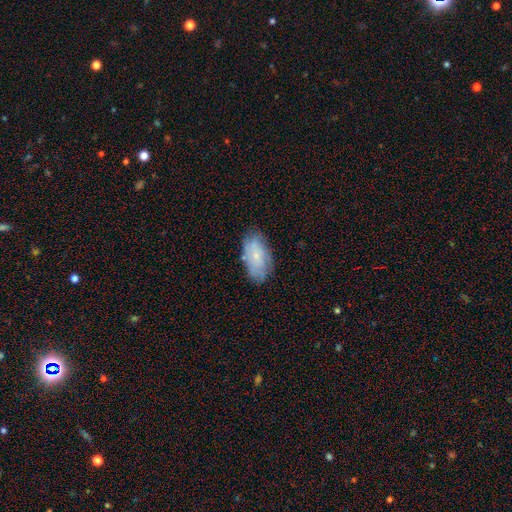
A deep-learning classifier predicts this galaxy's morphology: Smooth or featured? Predicted: smooth (p=0.55). How rounded? Predicted: in between (p=0.93). Merging? Predicted: none (p=0.72).